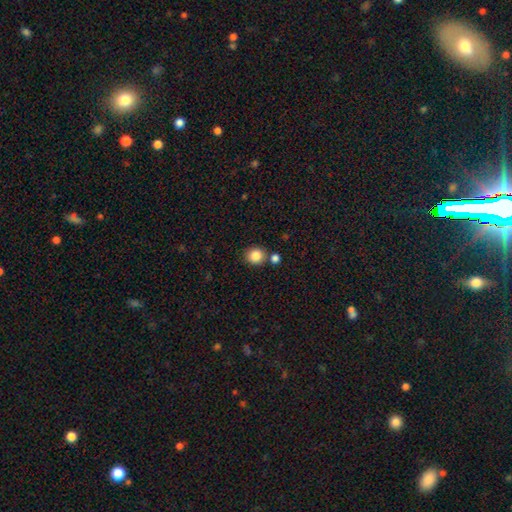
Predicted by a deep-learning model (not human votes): Smooth or featured? smooth (85%)
How rounded? round (87%)
Merging? none (77%)